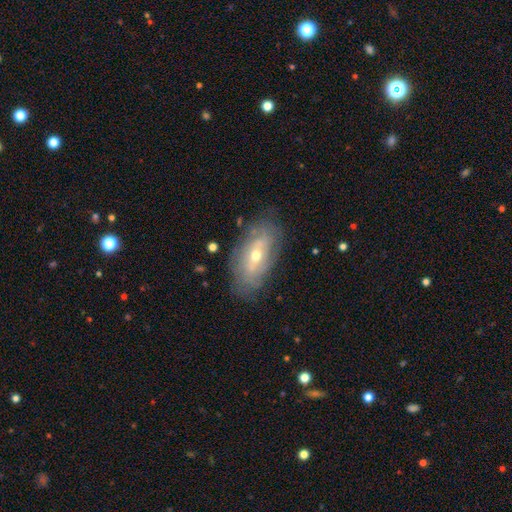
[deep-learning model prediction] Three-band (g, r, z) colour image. It shows a featured or disk galaxy (62%) with no bar (58%), spiral arms (57%) and a moderate central bulge (58%). Merging: none (73%).